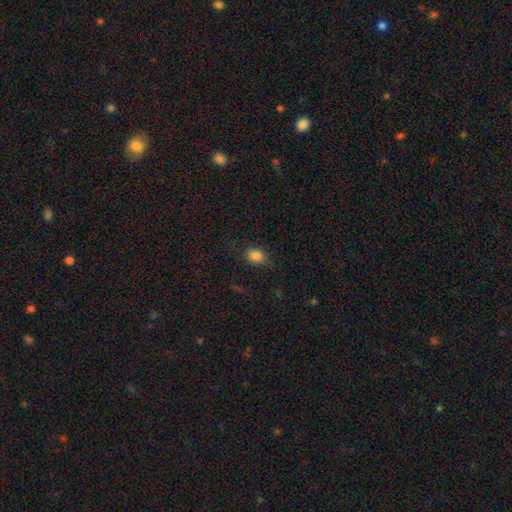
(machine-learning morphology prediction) Smooth or featured?
  - smooth: 84% *
  - star or artifact: 11%
  - featured or disk: 5%
How rounded?
  - in between: 68% *
  - round: 31%
  - cigar-shaped: 1%
Merging?
  - none: 80% *
  - minor disturbance: 15%
  - major disturbance: 4%
  - merger: 1%